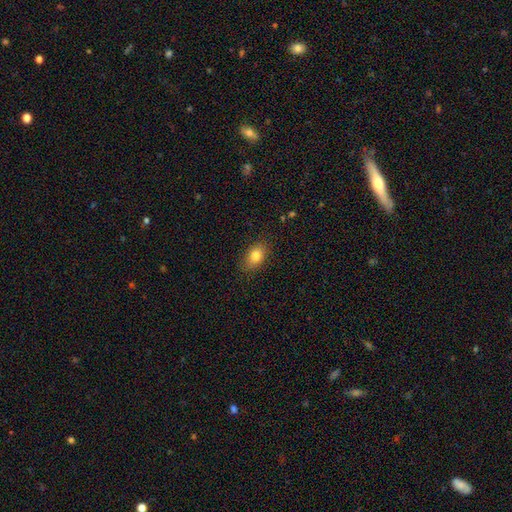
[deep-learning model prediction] A smooth galaxy with no disk features (81%) that is in between round and cigar-shaped (83%).

Vote fractions:
- Smooth or featured? smooth: 81% / featured or disk: 10% / star or artifact: 9%
- How rounded? in between: 83% / round: 15% / cigar-shaped: 2%
- Merging? none: 84% / minor disturbance: 12% / major disturbance: 3% / merger: 1%